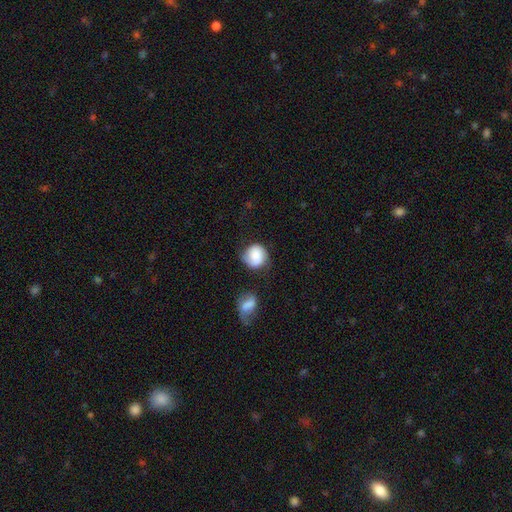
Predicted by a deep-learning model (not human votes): Smooth or featured: smooth — 75% (featured or disk — 17%)
How rounded: round — 82% (in between — 17%)
Merging: none — 53% (minor disturbance — 26%)